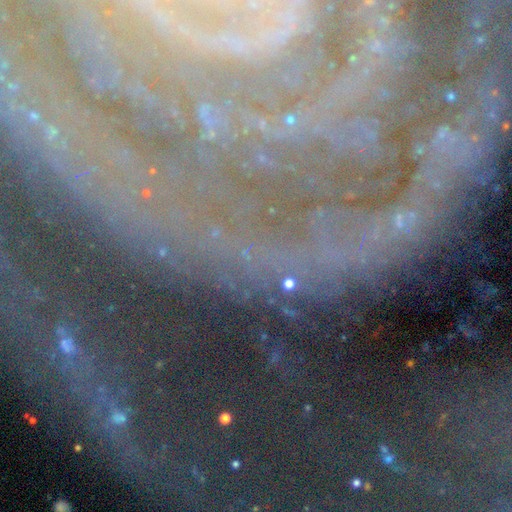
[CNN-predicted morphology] Smooth or featured? star or artifact (65%)